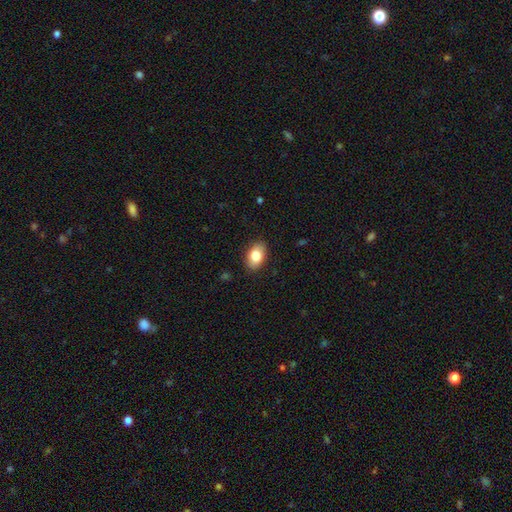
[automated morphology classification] Smooth or featured?
  - smooth: 82% *
  - featured or disk: 10%
  - star or artifact: 7%
How rounded?
  - in between: 89% *
  - round: 10%
  - cigar-shaped: 1%
Merging?
  - none: 88% *
  - minor disturbance: 9%
  - major disturbance: 2%
  - merger: 1%